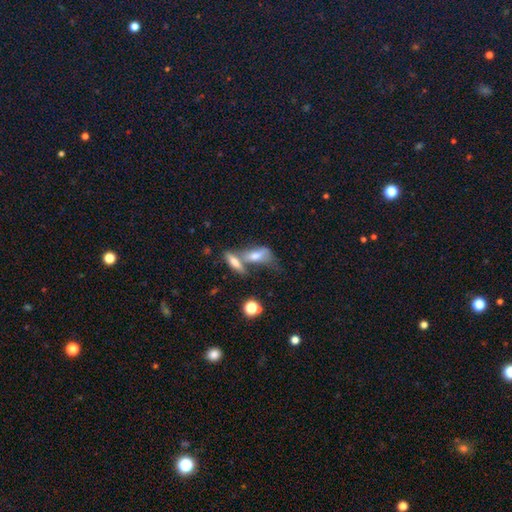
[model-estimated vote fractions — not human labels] This appears to be a smooth galaxy with no disk features (59%) that is in between round and cigar-shaped (68%). Merging: merger (57%).